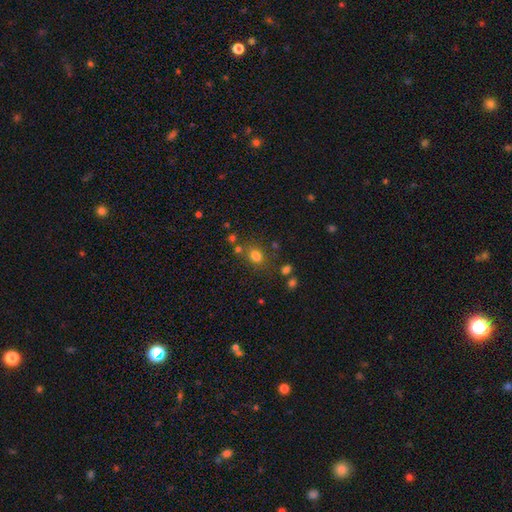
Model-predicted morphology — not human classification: Smooth or featured: smooth — 77% (star or artifact — 16%)
How rounded: round — 56% (in between — 43%)
Merging: none — 72% (minor disturbance — 13%)